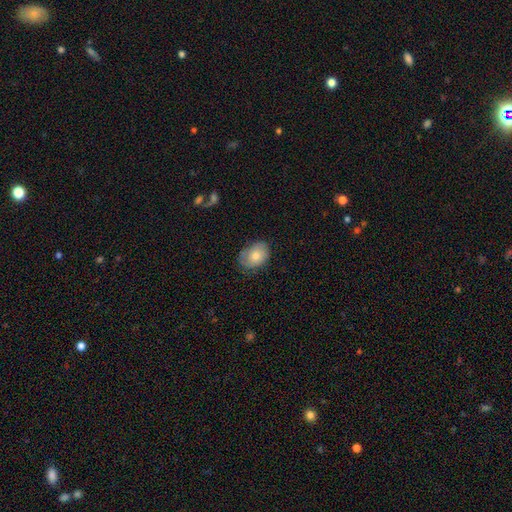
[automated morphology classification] Smooth or featured? Predicted: smooth (p=0.68). How rounded? Predicted: in between (p=0.71). Merging? Predicted: none (p=0.71).